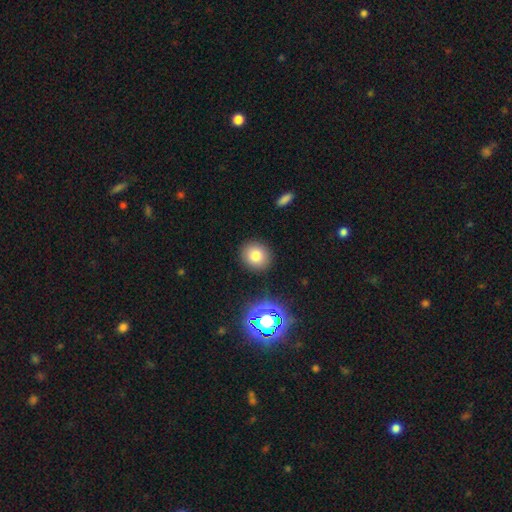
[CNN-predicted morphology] Overall: smooth (76%). How rounded: round (81%). Merging: none (90%).